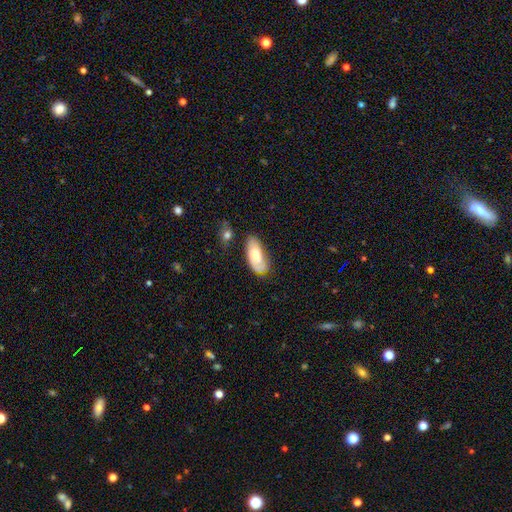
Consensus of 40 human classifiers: Smooth or featured: smooth — 68% (featured or disk — 30%)
How rounded: in between — 81% (cigar-shaped — 11%)
Merging: none — 64% (minor disturbance — 21%)